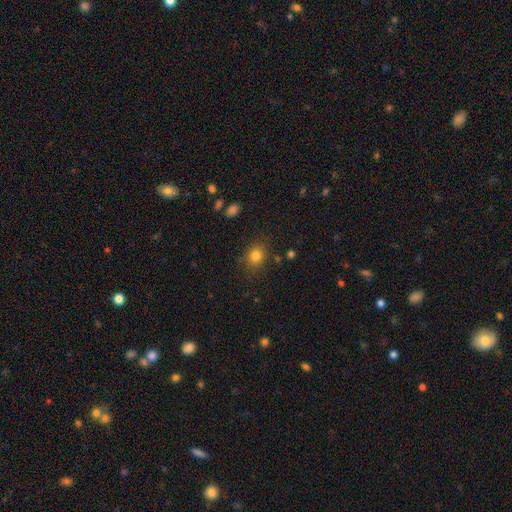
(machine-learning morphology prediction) This appears to be a smooth galaxy with no disk features (81%) that is round (67%). Merging: none (85%).